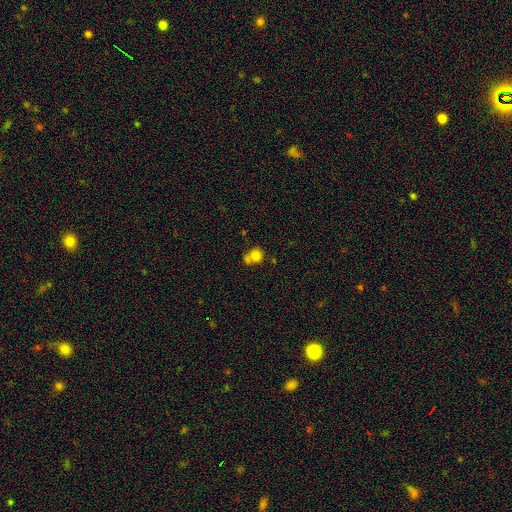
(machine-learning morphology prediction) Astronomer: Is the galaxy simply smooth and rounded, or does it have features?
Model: smooth — 79%.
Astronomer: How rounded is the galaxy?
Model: round — 79%.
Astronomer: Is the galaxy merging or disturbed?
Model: none — 42% (runner-up: merger, 40%).